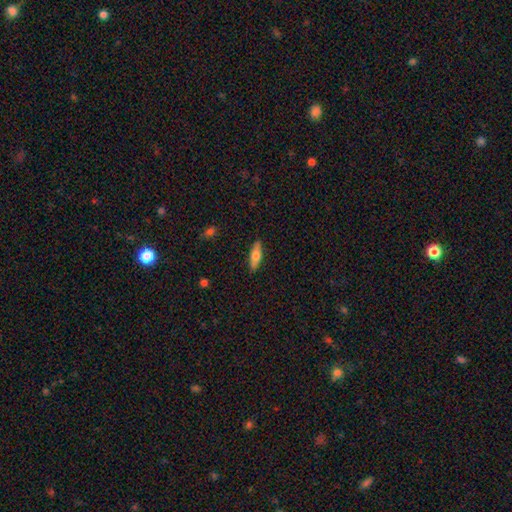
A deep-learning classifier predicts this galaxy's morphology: smooth-or-featured: smooth: 61% | featured or disk: 33% | star or artifact: 6%
  how-rounded: cigar-shaped: 50% | in between: 47% | round: 3%
  merging: none: 89% | minor disturbance: 8% | major disturbance: 2% | merger: 1%